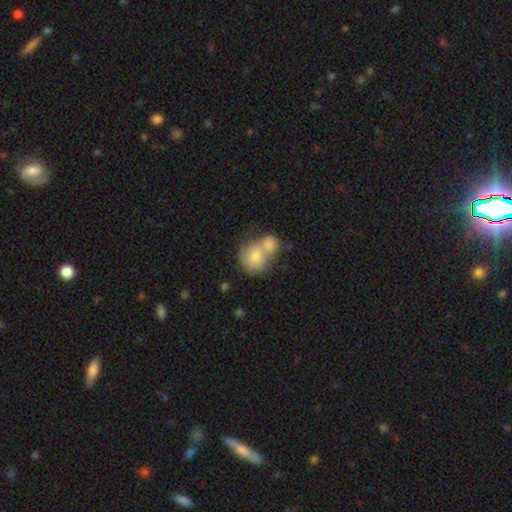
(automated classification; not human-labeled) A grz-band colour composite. It shows a smooth galaxy with no disk features (72%) that is round (68%). Merging: merger (70%).